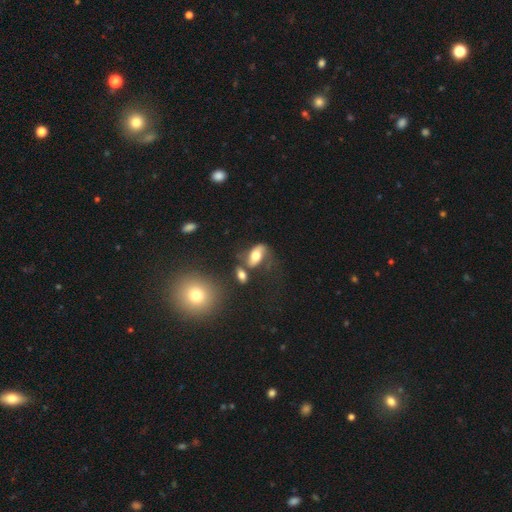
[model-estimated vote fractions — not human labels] smooth 47%, featured or disk 44%, star or artifact 9%. Down the decision tree: merging — none (38%).